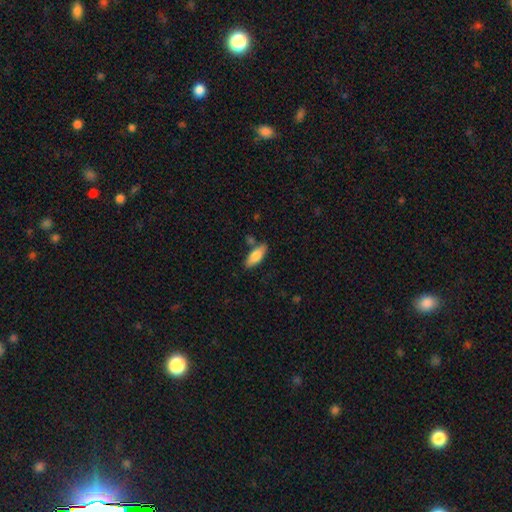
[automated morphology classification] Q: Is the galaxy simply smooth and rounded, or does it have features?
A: smooth — 79%.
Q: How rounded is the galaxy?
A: in between — 71%.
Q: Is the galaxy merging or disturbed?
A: none — 76%.